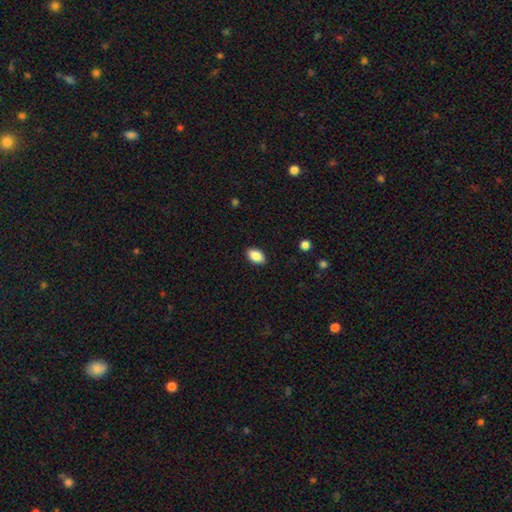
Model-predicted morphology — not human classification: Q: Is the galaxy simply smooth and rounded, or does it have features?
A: smooth — 87%.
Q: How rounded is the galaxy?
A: in between — 91%.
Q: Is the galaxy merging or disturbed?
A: none — 89%.